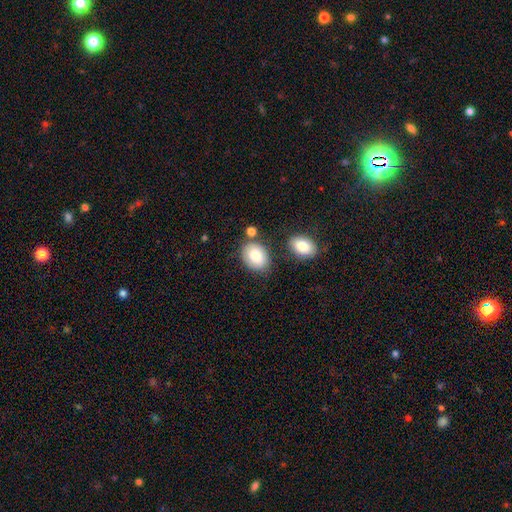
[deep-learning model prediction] The model was most divided on "how rounded": in between: 77%, round: 22%, cigar-shaped: 1%. More confident: smooth or featured — smooth (85%); merging — none (71%).